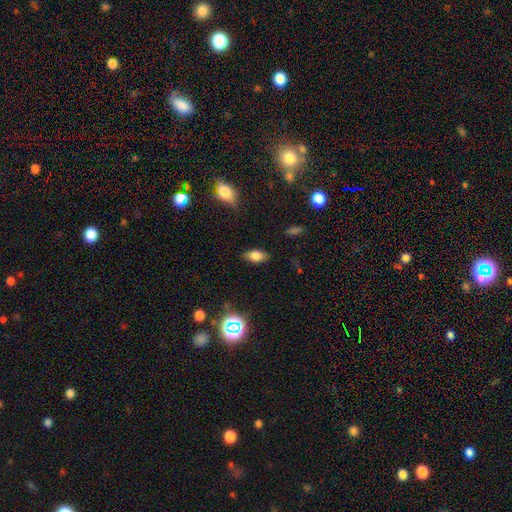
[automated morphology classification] Q: Smooth or featured?
A: smooth (77%); runner-up: featured or disk (14%)
Q: How rounded?
A: in between (88%); runner-up: cigar-shaped (7%)
Q: Merging?
A: none (83%); runner-up: minor disturbance (12%)